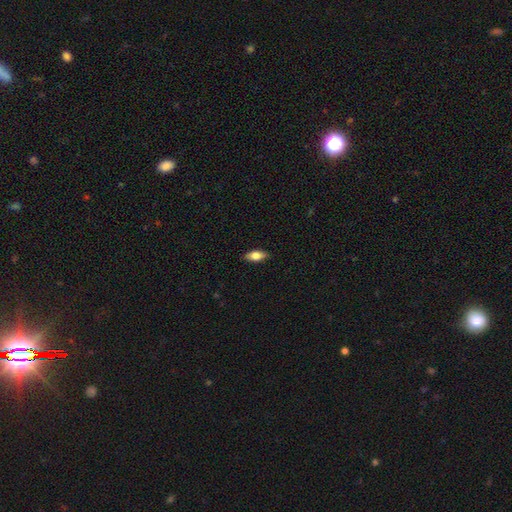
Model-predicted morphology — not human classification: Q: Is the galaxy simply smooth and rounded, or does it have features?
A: smooth — 75%.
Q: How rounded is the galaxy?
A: in between — 84%.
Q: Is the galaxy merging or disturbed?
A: none — 88%.